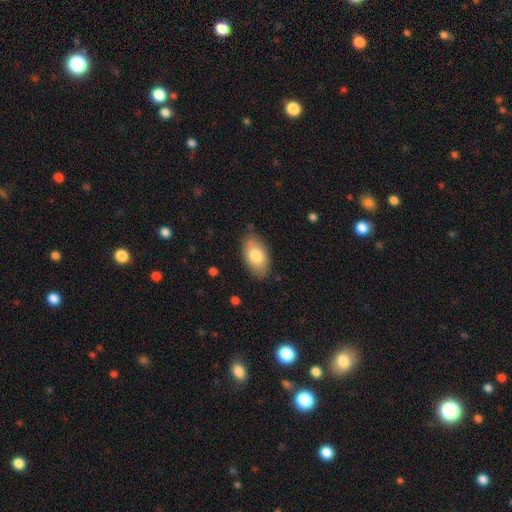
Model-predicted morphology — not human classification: Smooth or featured: smooth — 79% (featured or disk — 15%)
How rounded: in between — 93% (round — 5%)
Merging: none — 80% (minor disturbance — 15%)